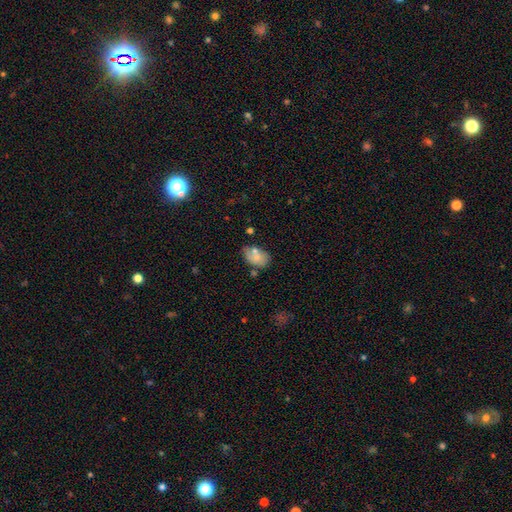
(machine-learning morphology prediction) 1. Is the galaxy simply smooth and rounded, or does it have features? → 69% smooth, 22% featured or disk, 9% star or artifact.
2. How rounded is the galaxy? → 88% in between, 11% round, 1% cigar-shaped.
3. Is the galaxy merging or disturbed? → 51% none, 25% minor disturbance, 15% merger, 9% major disturbance.